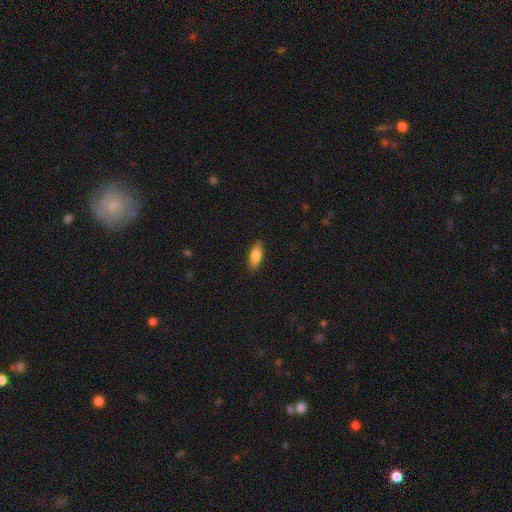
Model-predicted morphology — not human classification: smooth_or_featured: smooth (p=0.82) [alt: featured or disk p=0.11]
how_rounded: in between (p=0.80) [alt: cigar-shaped p=0.18]
merging: none (p=0.87) [alt: minor disturbance p=0.10]